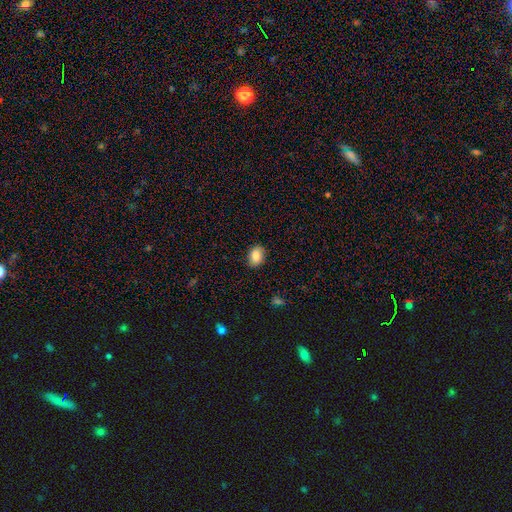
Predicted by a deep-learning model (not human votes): smooth-or-featured: smooth: 85% | star or artifact: 8% | featured or disk: 7%
  how-rounded: in between: 75% | round: 23% | cigar-shaped: 1%
  merging: none: 88% | minor disturbance: 9% | major disturbance: 2% | merger: 1%